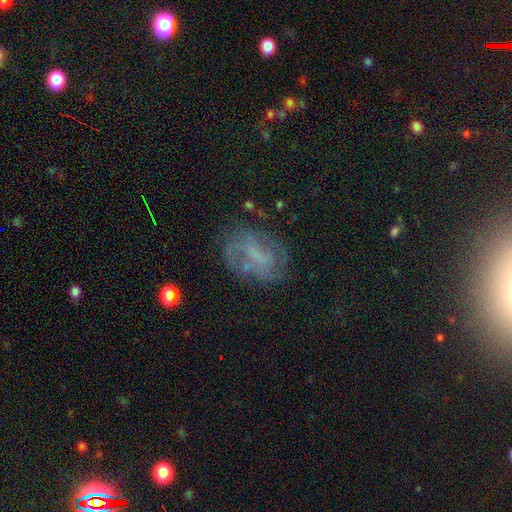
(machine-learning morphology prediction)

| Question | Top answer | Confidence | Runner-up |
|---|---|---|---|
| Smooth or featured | featured or disk | 50% | smooth (35%) |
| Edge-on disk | no | 96% | yes (4%) |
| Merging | none | 60% | minor disturbance (21%) |